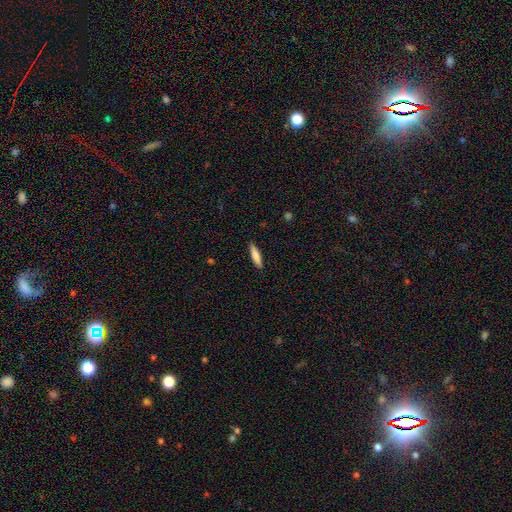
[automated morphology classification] A smooth galaxy with no disk features (78%) that is cigar-shaped (83%). Merging: none (90%).